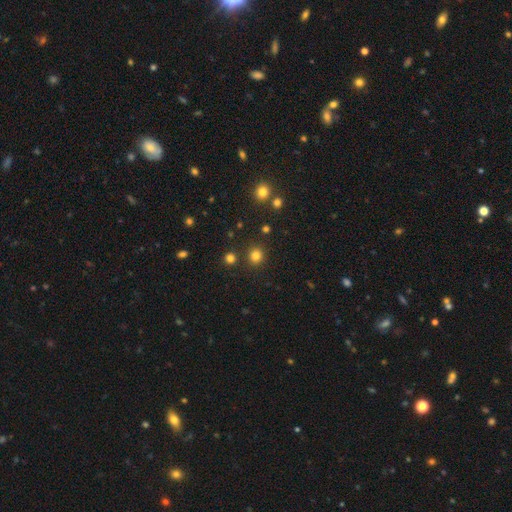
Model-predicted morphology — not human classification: smooth 80%, star or artifact 15%, featured or disk 4%. Down the decision tree: how rounded — round (90%); merging — none (88%).